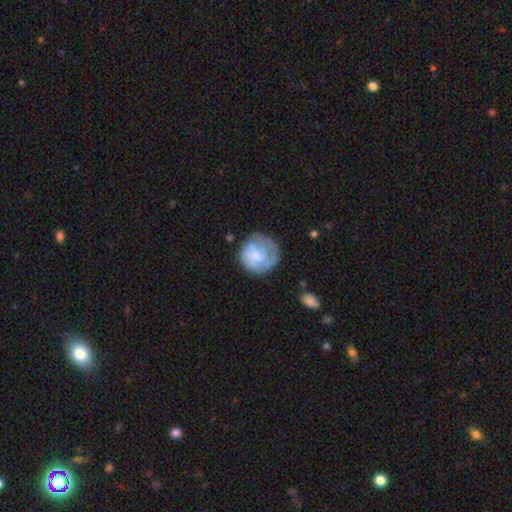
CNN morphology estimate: smooth_or_featured: smooth (p=0.52) [alt: featured or disk p=0.42]
how_rounded: round (p=0.89) [alt: in between p=0.10]
merging: none (p=0.62) [alt: minor disturbance p=0.21]